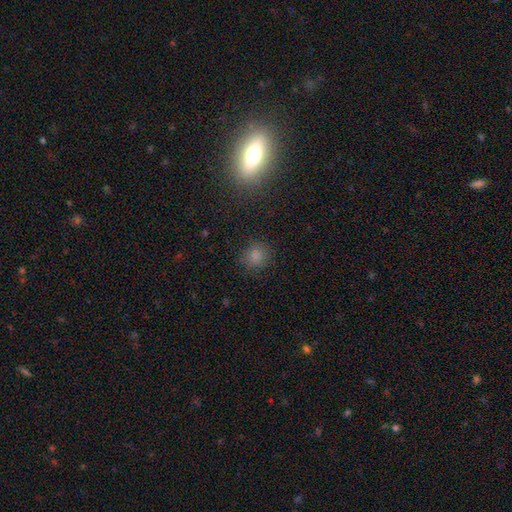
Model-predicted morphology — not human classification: smooth-or-featured: smooth: 80% | star or artifact: 15% | featured or disk: 4%
  how-rounded: round: 87% | in between: 12% | cigar-shaped: 1%
  merging: none: 84% | minor disturbance: 10% | major disturbance: 4% | merger: 2%